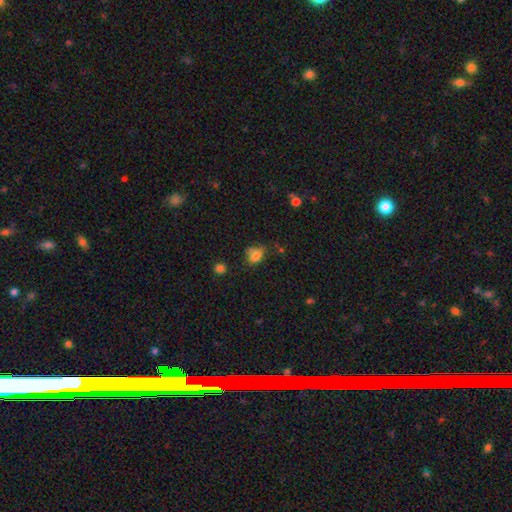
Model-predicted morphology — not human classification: Smooth or featured: smooth — 74% (star or artifact — 14%)
How rounded: in between — 61% (round — 37%)
Merging: none — 45% (minor disturbance — 31%)